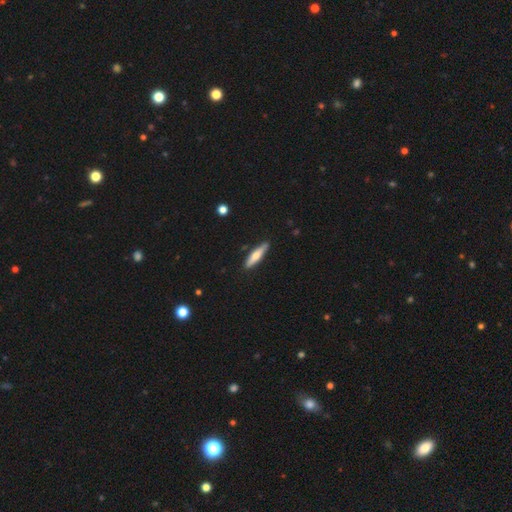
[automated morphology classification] Smooth or featured?
  - smooth: 55% *
  - featured or disk: 39%
  - star or artifact: 5%
How rounded?
  - cigar-shaped: 81% *
  - in between: 17%
  - round: 2%
Merging?
  - none: 87% *
  - minor disturbance: 10%
  - major disturbance: 2%
  - merger: 2%